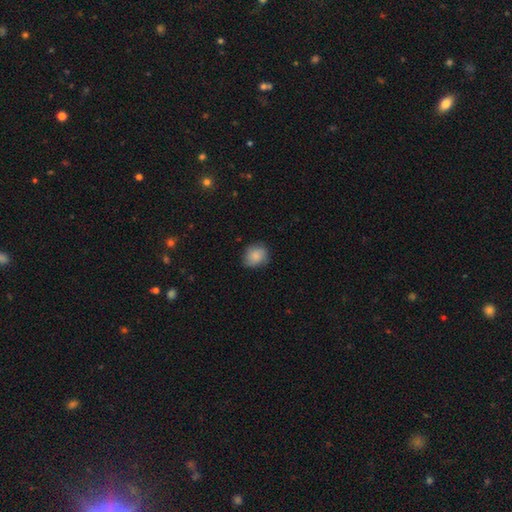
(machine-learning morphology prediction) Smooth or featured?
  - smooth: 83% *
  - featured or disk: 9%
  - star or artifact: 7%
How rounded?
  - round: 68% *
  - in between: 31%
  - cigar-shaped: 1%
Merging?
  - none: 74% *
  - minor disturbance: 21%
  - major disturbance: 4%
  - merger: 1%